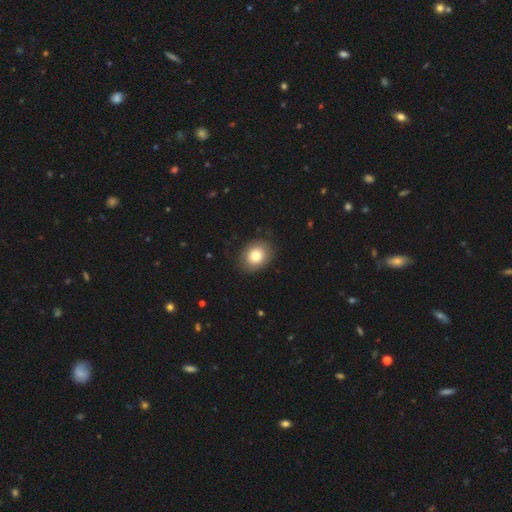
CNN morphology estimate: Smooth or featured? smooth (79%)
How rounded? round (57%)
Merging? none (86%)